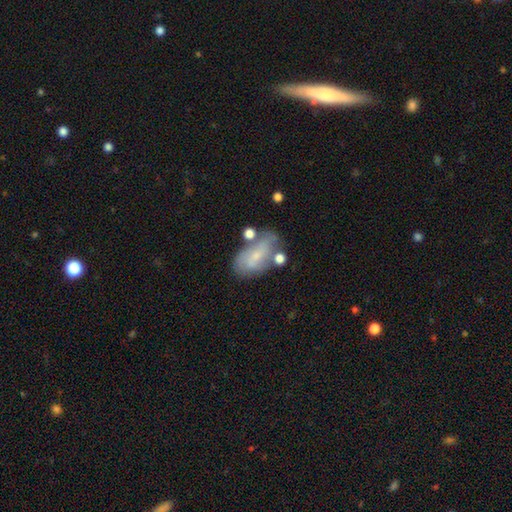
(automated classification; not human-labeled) This appears to be a smooth galaxy with no disk features (49%). Merging: none (46%).